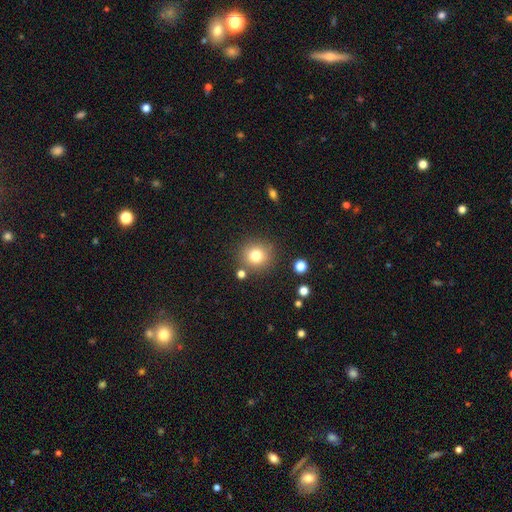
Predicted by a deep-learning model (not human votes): Smooth or featured: smooth — 78% (star or artifact — 13%)
How rounded: round — 91% (in between — 8%)
Merging: none — 83% (minor disturbance — 8%)